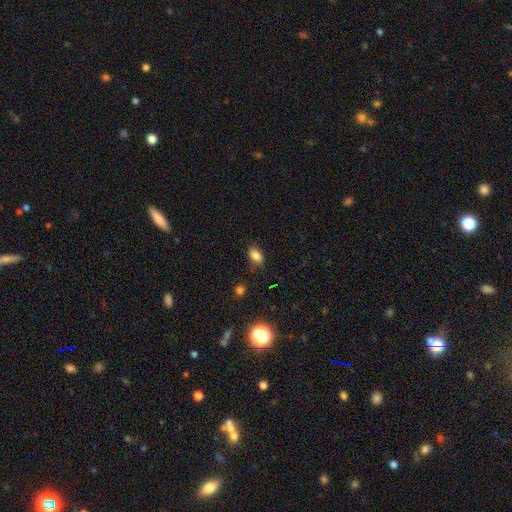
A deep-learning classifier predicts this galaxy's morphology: The model was most divided on "merging": none: 79%, minor disturbance: 15%, major disturbance: 3%, merger: 2%. More confident: how rounded — in between (87%); smooth or featured — smooth (82%).